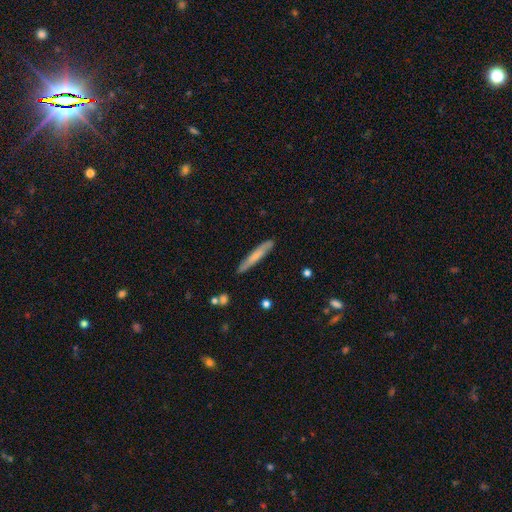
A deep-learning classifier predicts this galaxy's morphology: smooth-or-featured: smooth: 64% | featured or disk: 30% | star or artifact: 6%
  how-rounded: cigar-shaped: 94% | in between: 4% | round: 1%
  merging: none: 86% | minor disturbance: 11% | major disturbance: 2% | merger: 2%